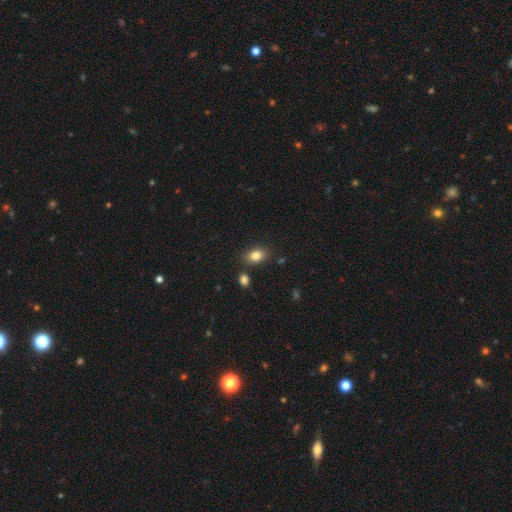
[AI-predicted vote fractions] Smooth or featured? Predicted: smooth (p=0.84). How rounded? Predicted: in between (p=0.81). Merging? Predicted: none (p=0.79).